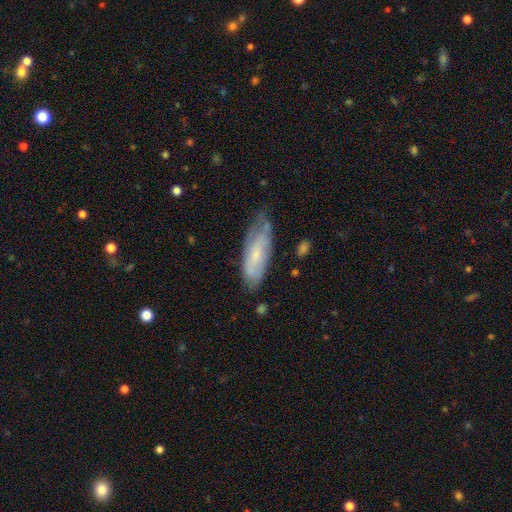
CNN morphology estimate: Overall: smooth (48%; featured or disk 45%). Merging: none (54%; minor disturbance 34%).